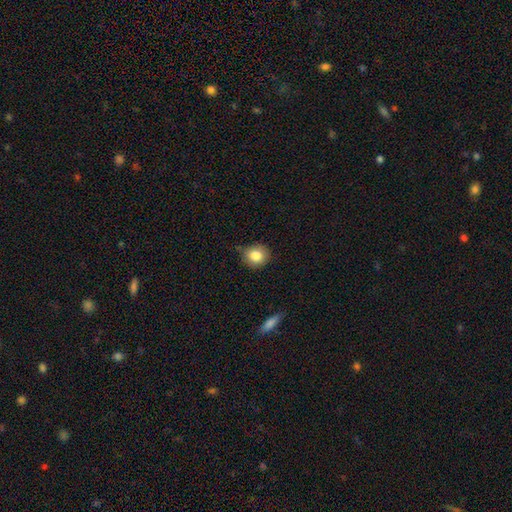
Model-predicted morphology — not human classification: Smooth or featured?
  - smooth: 84% *
  - star or artifact: 9%
  - featured or disk: 7%
How rounded?
  - round: 83% *
  - in between: 16%
  - cigar-shaped: 1%
Merging?
  - none: 79% *
  - minor disturbance: 16%
  - major disturbance: 3%
  - merger: 2%